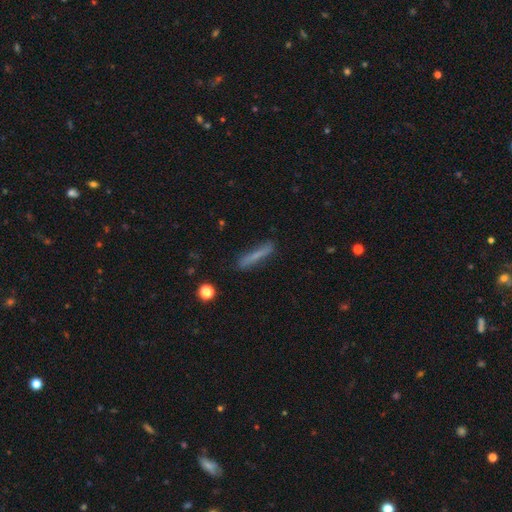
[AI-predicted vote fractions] A smooth galaxy with no disk features (65%) that is cigar-shaped (93%).

Vote fractions:
- Smooth or featured? smooth: 65% / featured or disk: 27% / star or artifact: 9%
- How rounded? cigar-shaped: 93% / in between: 5% / round: 2%
- Merging? none: 83% / minor disturbance: 12% / major disturbance: 3% / merger: 2%